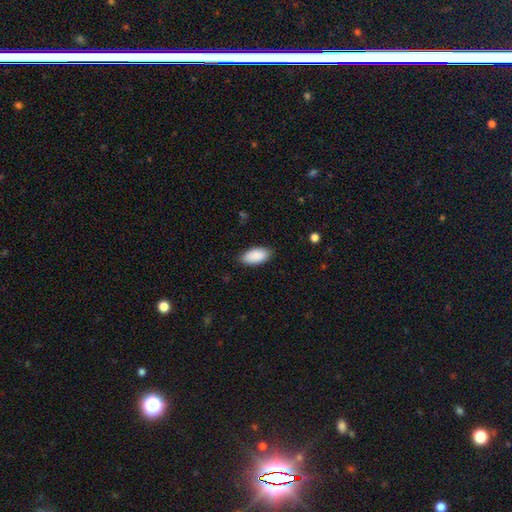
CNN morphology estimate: This appears to be a smooth galaxy with no disk features (90%) that is in between round and cigar-shaped (95%). Merging: none (85%).